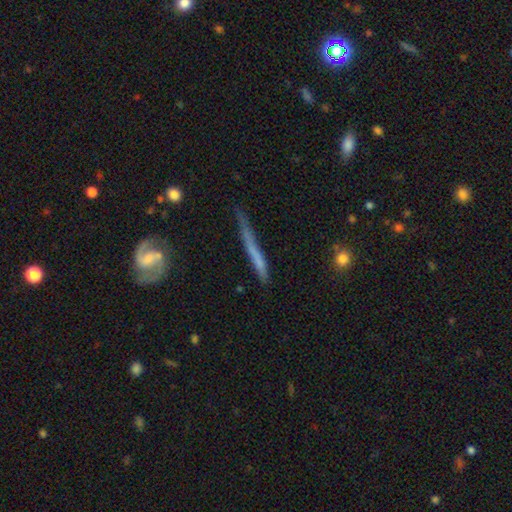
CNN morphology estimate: Smooth or featured? featured or disk (51%)
Edge-on disk? yes (74%)
Merging? none (56%)